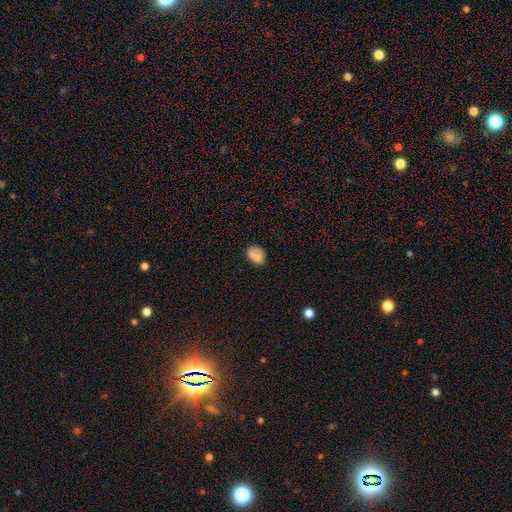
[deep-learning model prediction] Q: Smooth or featured?
A: smooth (71%); runner-up: featured or disk (18%)
Q: How rounded?
A: in between (61%); runner-up: round (37%)
Q: Merging?
A: none (52%); runner-up: minor disturbance (21%)